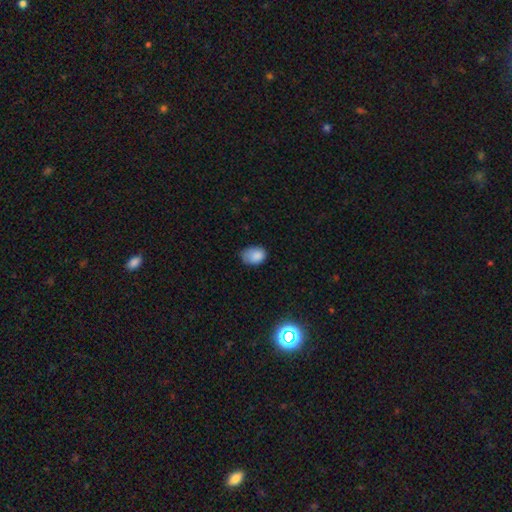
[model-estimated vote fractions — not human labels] smooth_or_featured: smooth (p=0.84) [alt: star or artifact p=0.10]
how_rounded: in between (p=0.76) [alt: round p=0.23]
merging: none (p=0.55) [alt: minor disturbance p=0.34]